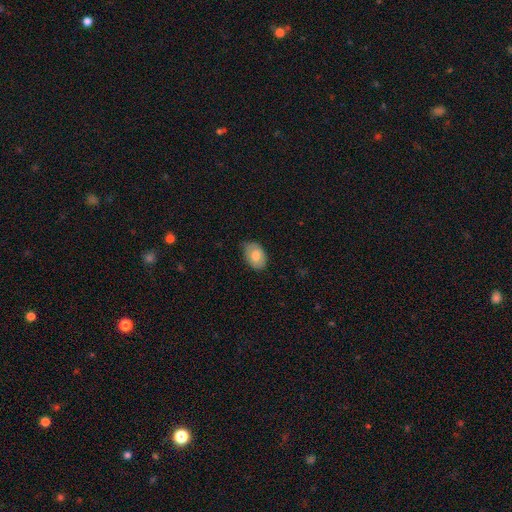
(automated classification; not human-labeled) Smooth or featured? smooth (72%)
How rounded? in between (85%)
Merging? none (77%)